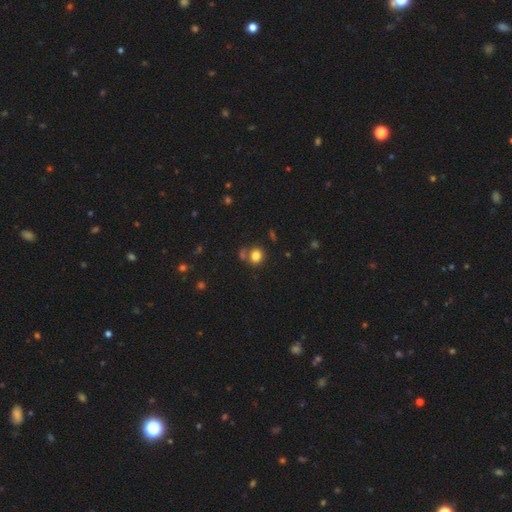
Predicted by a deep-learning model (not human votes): The model was most divided on "merging": none: 67%, merger: 18%, minor disturbance: 11%, major disturbance: 4%. More confident: smooth or featured — smooth (81%); how rounded — round (75%).